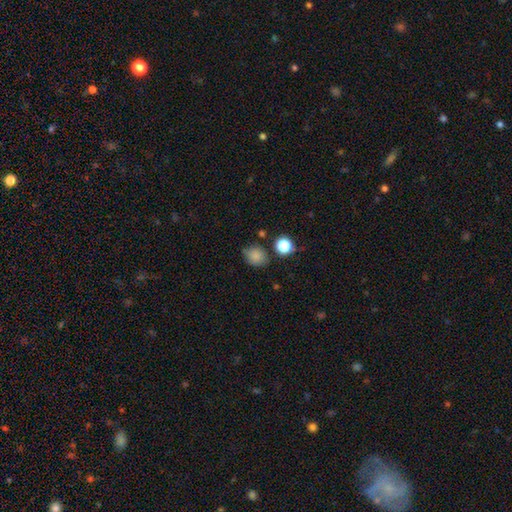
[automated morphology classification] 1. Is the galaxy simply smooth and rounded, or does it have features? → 81% smooth, 13% star or artifact, 6% featured or disk.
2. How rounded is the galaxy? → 68% round, 31% in between, 1% cigar-shaped.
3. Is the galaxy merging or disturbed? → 68% none, 21% minor disturbance, 6% merger, 5% major disturbance.